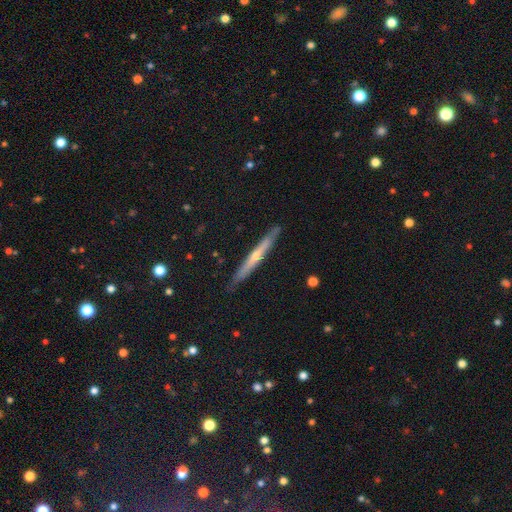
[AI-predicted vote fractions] Smooth or featured?
  - featured or disk: 63% *
  - smooth: 31%
  - star or artifact: 6%
Edge-on disk?
  - yes: 95% *
  - no: 5%
Edge-on bulge?
  - rounded: 61% *
  - none: 36%
  - boxy: 3%
Merging?
  - none: 87% *
  - minor disturbance: 10%
  - major disturbance: 2%
  - merger: 1%